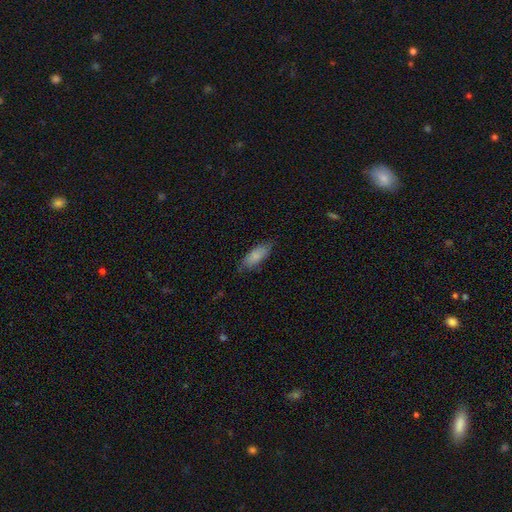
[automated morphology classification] Smooth or featured: smooth — 78% (featured or disk — 16%)
How rounded: in between — 78% (cigar-shaped — 20%)
Merging: none — 73% (minor disturbance — 22%)